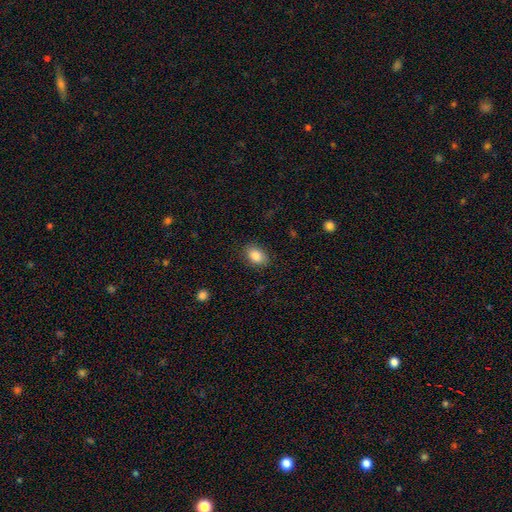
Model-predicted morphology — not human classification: Smooth or featured? Predicted: smooth (p=0.85). How rounded? Predicted: in between (p=0.79). Merging? Predicted: none (p=0.87).